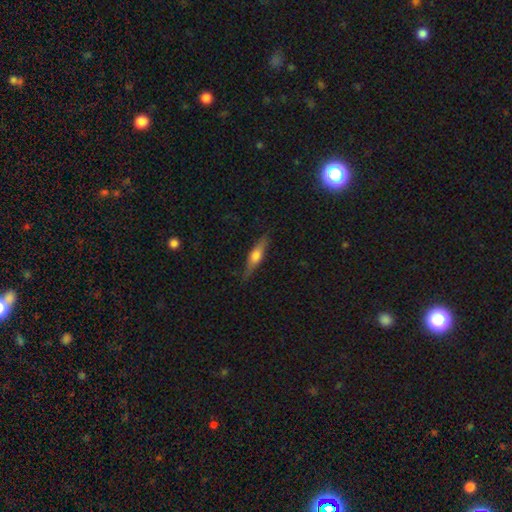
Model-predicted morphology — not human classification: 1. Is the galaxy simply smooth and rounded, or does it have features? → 47% featured or disk (tied), 47% smooth (tied), 6% star or artifact.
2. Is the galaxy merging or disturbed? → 81% none, 15% minor disturbance, 3% major disturbance, 1% merger.